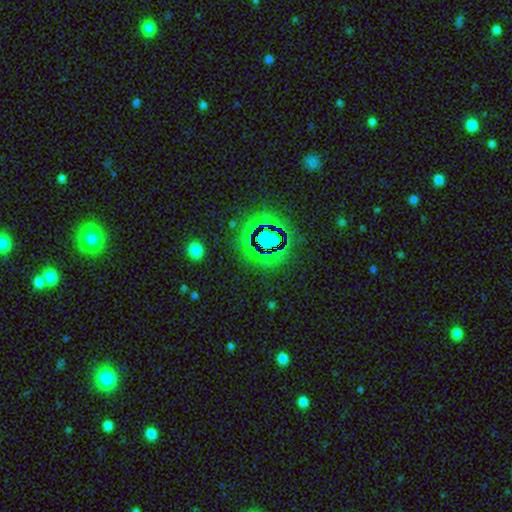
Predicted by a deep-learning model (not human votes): The model was most divided on "smooth or featured": star or artifact: 69%, featured or disk: 17%, smooth: 15%.